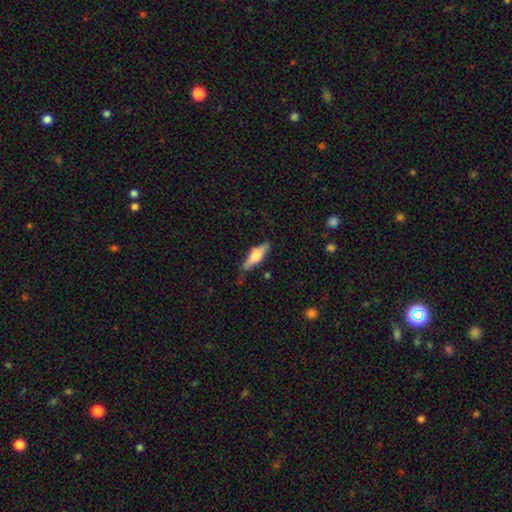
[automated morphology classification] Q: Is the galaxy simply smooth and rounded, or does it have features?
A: smooth — 52%.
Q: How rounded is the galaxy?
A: cigar-shaped — 52%.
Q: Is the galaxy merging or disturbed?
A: none — 69%.